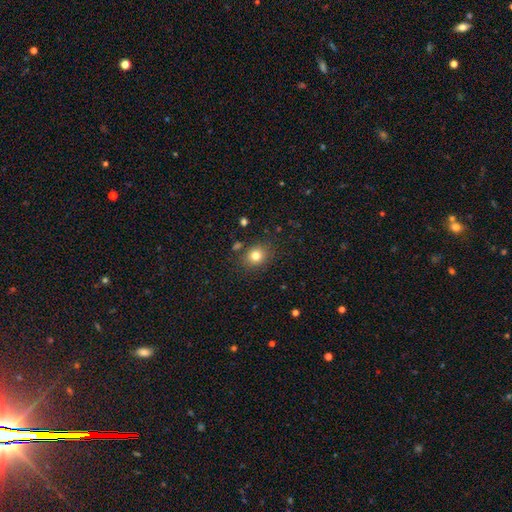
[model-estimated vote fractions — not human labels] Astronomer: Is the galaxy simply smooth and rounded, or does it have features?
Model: smooth — 80%.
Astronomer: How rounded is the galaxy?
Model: round — 73%.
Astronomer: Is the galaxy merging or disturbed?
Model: none — 83%.